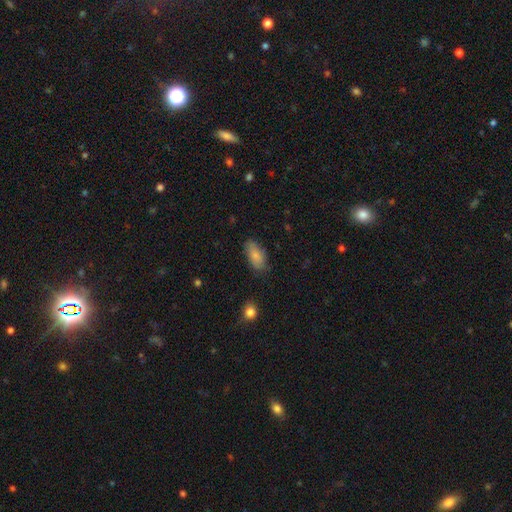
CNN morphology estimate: The model was most divided on "merging": none: 74%, minor disturbance: 21%, major disturbance: 4%, merger: 2%. More confident: how rounded — in between (91%); smooth or featured — smooth (80%).